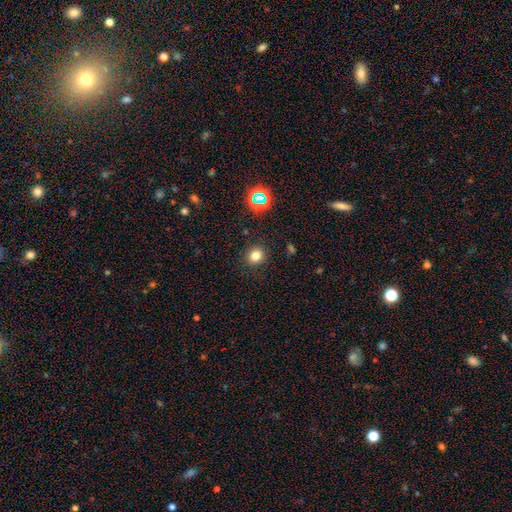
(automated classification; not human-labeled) smooth 77%, star or artifact 17%, featured or disk 7%. Down the decision tree: how rounded — round (81%); merging — none (88%).